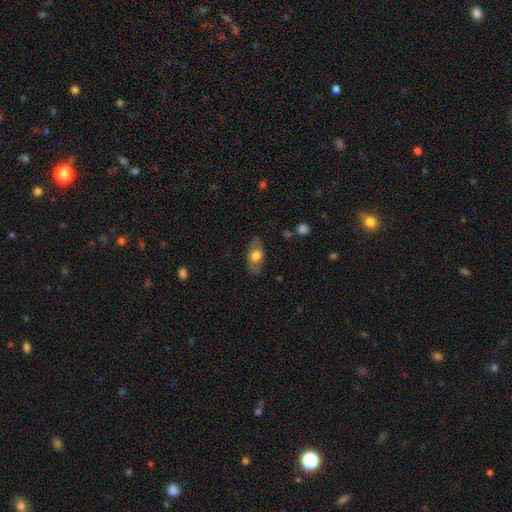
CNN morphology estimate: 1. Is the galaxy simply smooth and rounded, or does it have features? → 68% smooth, 26% featured or disk, 6% star or artifact.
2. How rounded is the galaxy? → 90% in between, 5% round, 5% cigar-shaped.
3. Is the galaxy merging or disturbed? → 81% none, 14% minor disturbance, 4% major disturbance, 1% merger.